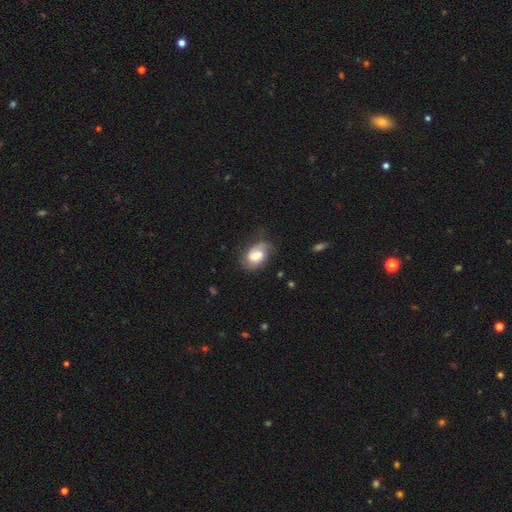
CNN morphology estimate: Smooth or featured? featured or disk (56%)
Edge-on disk? no (96%)
Bar? no (52%)
Spiral arms? yes (84%)
Bulge size? moderate (58%)
Merging? none (63%)